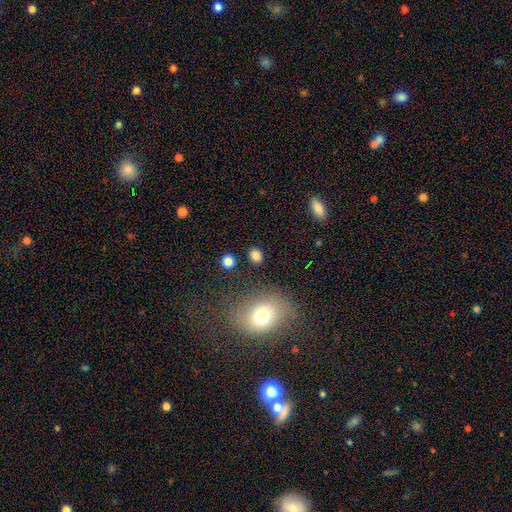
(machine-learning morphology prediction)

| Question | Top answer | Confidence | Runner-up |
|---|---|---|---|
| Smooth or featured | smooth | 83% | star or artifact (12%) |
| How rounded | round | 66% | in between (32%) |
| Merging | none | 86% | minor disturbance (8%) |